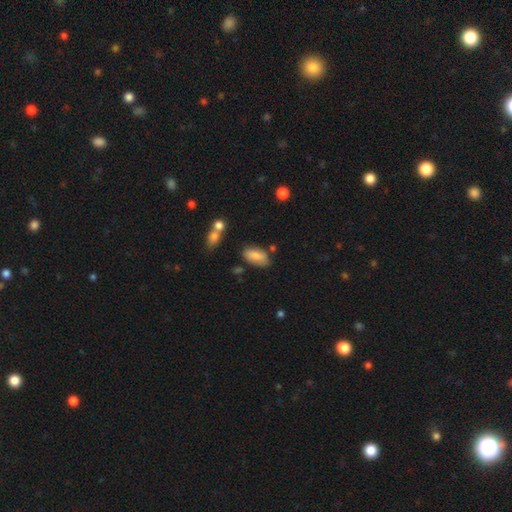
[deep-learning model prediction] smooth_or_featured: smooth (p=0.83) [alt: featured or disk p=0.10]
how_rounded: in between (p=0.90) [alt: cigar-shaped p=0.07]
merging: none (p=0.68) [alt: minor disturbance p=0.21]